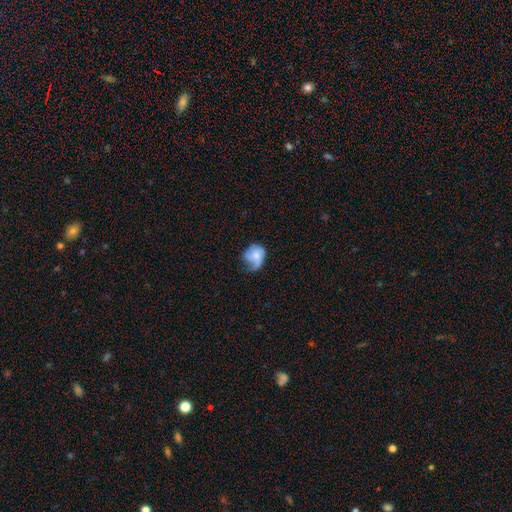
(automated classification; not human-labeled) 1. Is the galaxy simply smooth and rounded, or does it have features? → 48% smooth, 45% featured or disk, 7% star or artifact.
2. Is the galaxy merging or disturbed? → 34% minor disturbance, 32% none, 31% major disturbance, 3% merger.